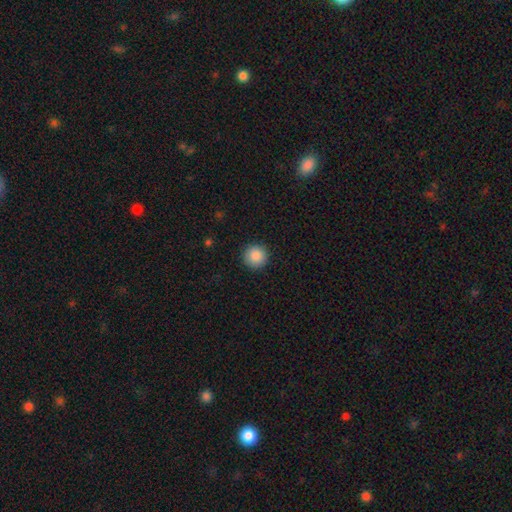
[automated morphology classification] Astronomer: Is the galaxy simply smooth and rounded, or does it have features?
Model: smooth — 88%.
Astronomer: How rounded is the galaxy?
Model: round — 96%.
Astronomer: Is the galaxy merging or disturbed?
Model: none — 92%.